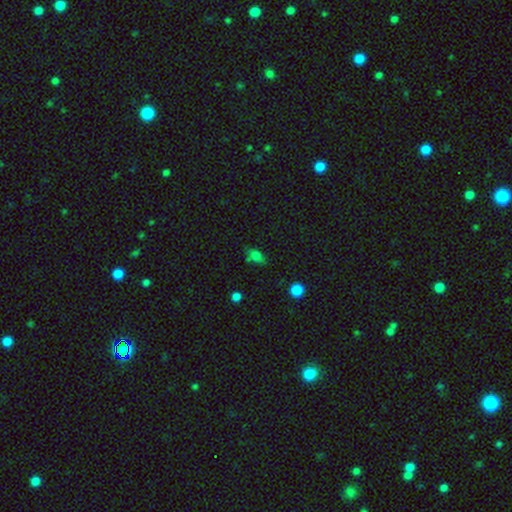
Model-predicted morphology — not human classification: smooth 73%, star or artifact 16%, featured or disk 11%. Down the decision tree: how rounded — in between (79%); merging — none (64%).